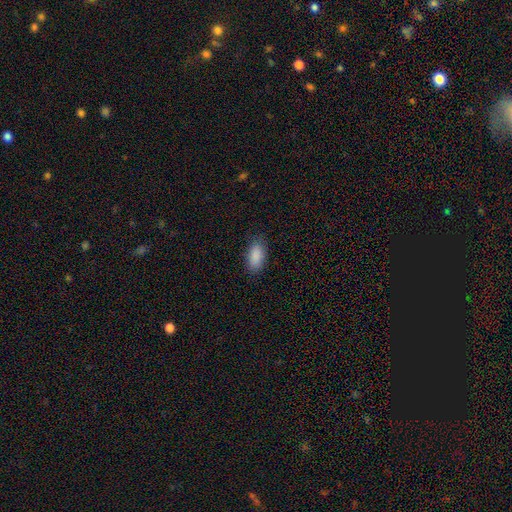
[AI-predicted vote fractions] Overall: smooth (89%). How rounded: in between (90%). Merging: none (84%).